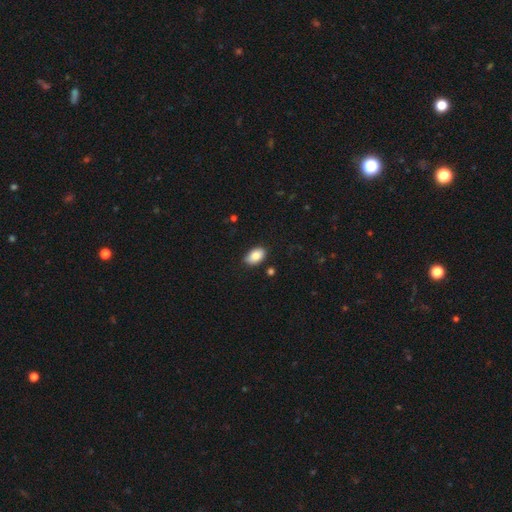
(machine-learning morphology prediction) Q: Smooth or featured?
A: smooth (86%); runner-up: featured or disk (7%)
Q: How rounded?
A: in between (92%); runner-up: round (6%)
Q: Merging?
A: none (84%); runner-up: minor disturbance (12%)